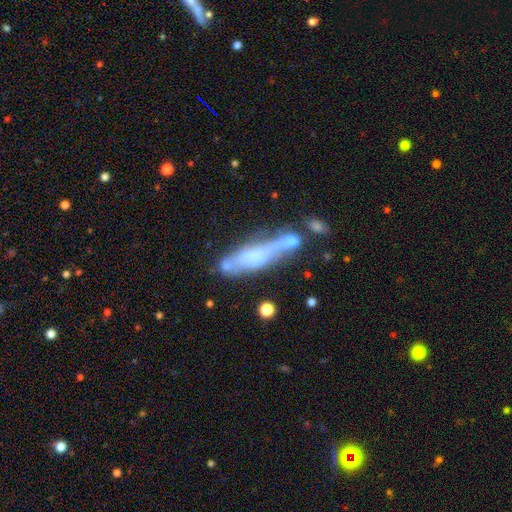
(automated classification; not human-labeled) A featured or disk galaxy (58%) viewed edge-on (57%). Merging: none (35%).